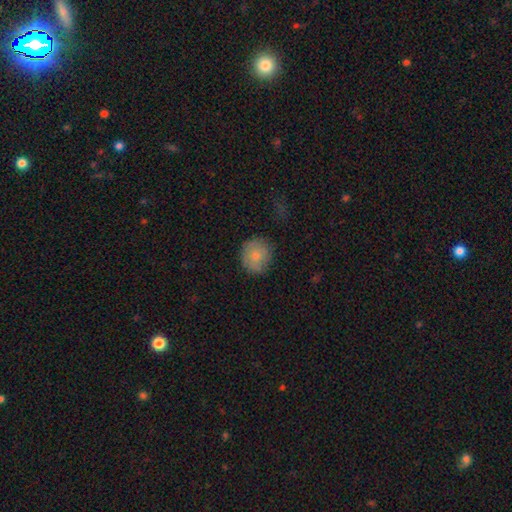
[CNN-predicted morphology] Overall: smooth (79%). How rounded: round (86%). Merging: none (78%).